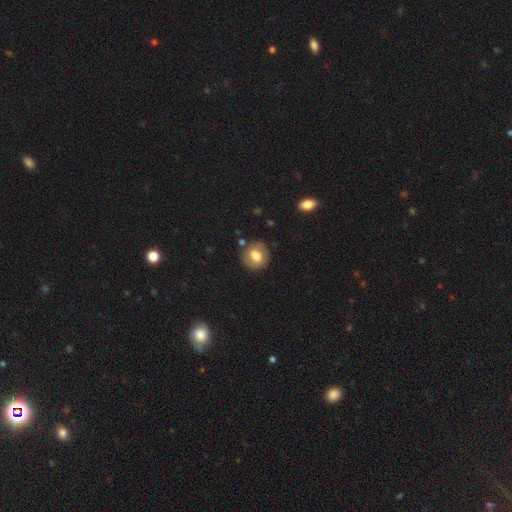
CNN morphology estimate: Q: Smooth or featured?
A: smooth (67%); runner-up: featured or disk (25%)
Q: How rounded?
A: round (68%); runner-up: in between (31%)
Q: Merging?
A: none (78%); runner-up: minor disturbance (14%)